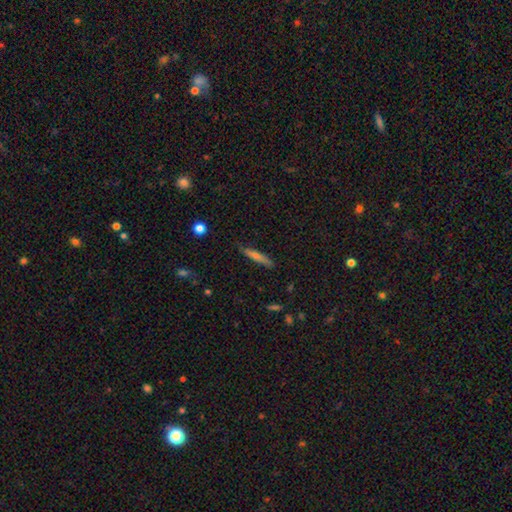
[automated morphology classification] Smooth or featured?
  - smooth: 55% *
  - featured or disk: 37%
  - star or artifact: 8%
How rounded?
  - cigar-shaped: 92% *
  - in between: 6%
  - round: 2%
Merging?
  - none: 84% *
  - minor disturbance: 12%
  - major disturbance: 2%
  - merger: 1%